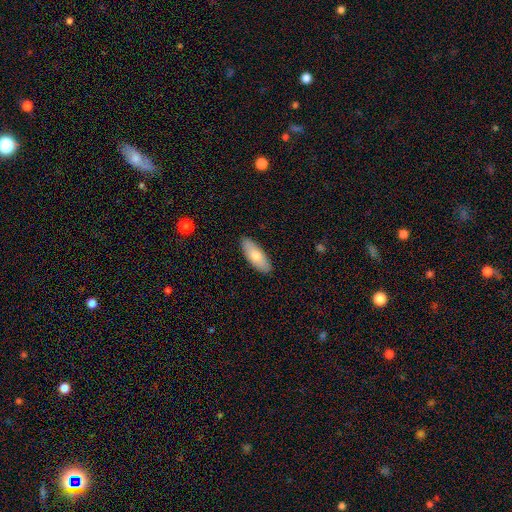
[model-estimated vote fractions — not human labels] smooth 77%, featured or disk 18%, star or artifact 6%. Down the decision tree: how rounded — in between (72%); merging — none (88%).